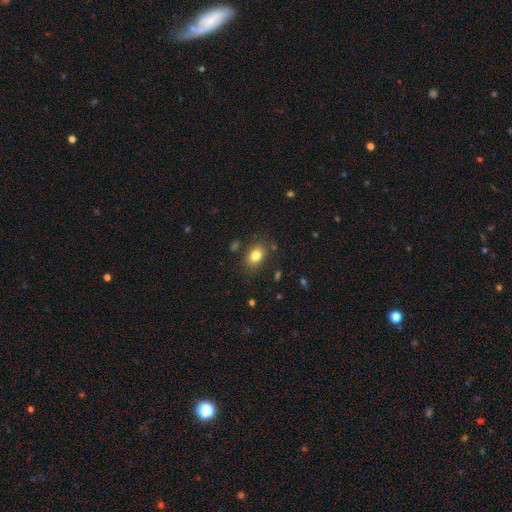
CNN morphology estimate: type=smooth (82%); roundness=in between (74%); merging=none (81%).